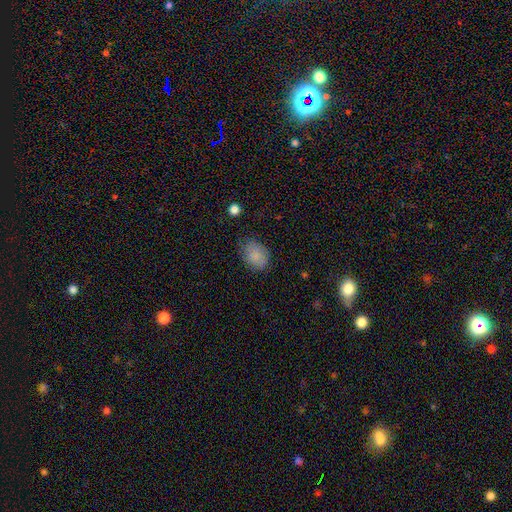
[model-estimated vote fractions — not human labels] smooth 85%, star or artifact 8%, featured or disk 7%. Down the decision tree: how rounded — in between (62%); merging — none (71%).